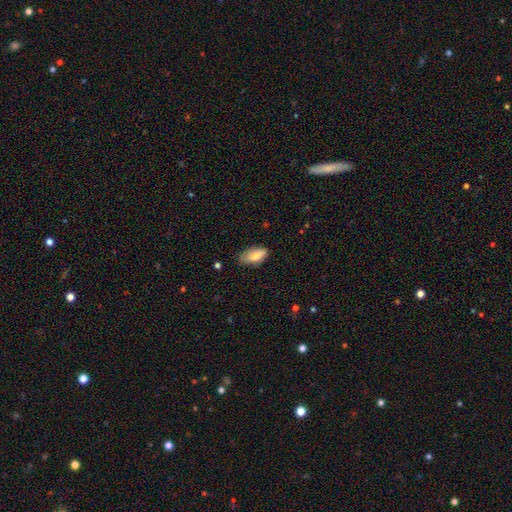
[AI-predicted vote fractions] Smooth or featured: smooth — 77% (featured or disk — 16%)
How rounded: in between — 90% (cigar-shaped — 7%)
Merging: none — 70% (minor disturbance — 25%)